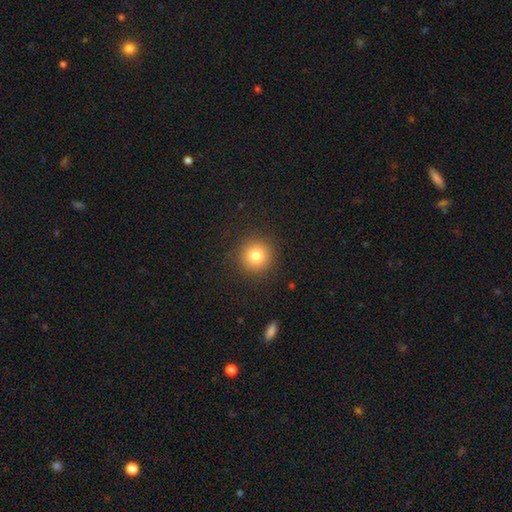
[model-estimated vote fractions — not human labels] smooth_or_featured: smooth (p=0.81) [alt: star or artifact p=0.11]
how_rounded: round (p=0.94) [alt: in between p=0.05]
merging: none (p=0.91) [alt: minor disturbance p=0.06]